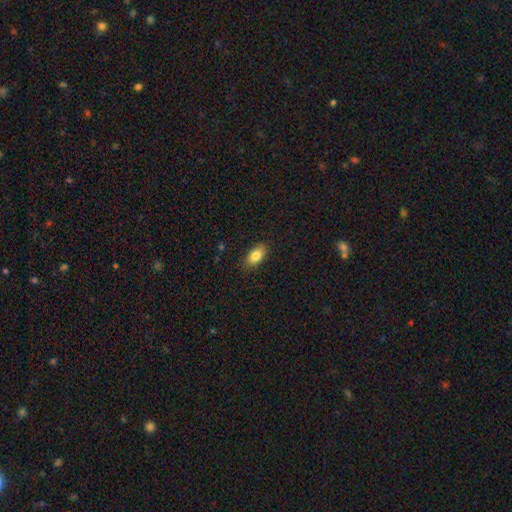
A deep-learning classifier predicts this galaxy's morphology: This appears to be a smooth galaxy with no disk features (84%) that is in between round and cigar-shaped (91%). Merging: none (87%).